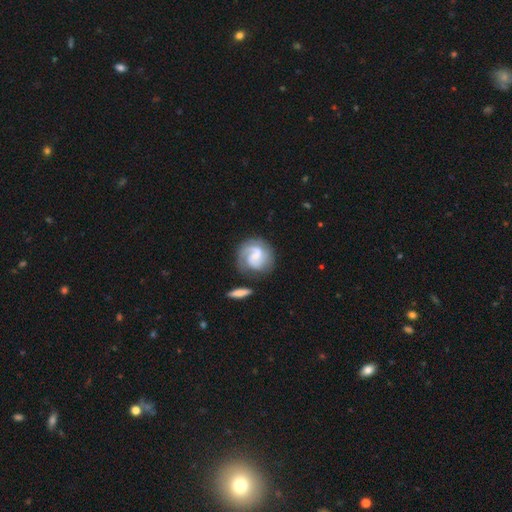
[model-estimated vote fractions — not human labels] featured or disk 80%, smooth 15%, star or artifact 5%. Down the decision tree: edge-on disk — no (98%); bar — weak (50%); spiral arms — yes (96%); spiral arm count — 2 (72%); spiral winding — medium (46%); bulge size — small (43%); merging — none (68%).